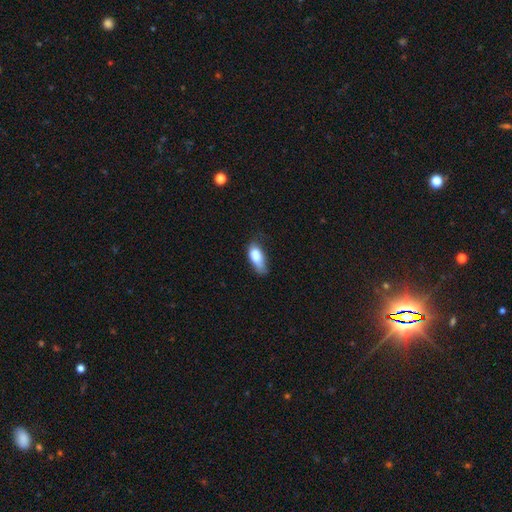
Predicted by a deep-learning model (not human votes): smooth-or-featured: smooth: 79% | featured or disk: 13% | star or artifact: 8%
  how-rounded: in between: 84% | cigar-shaped: 13% | round: 3%
  merging: minor disturbance: 43% | none: 34% | major disturbance: 20% | merger: 3%